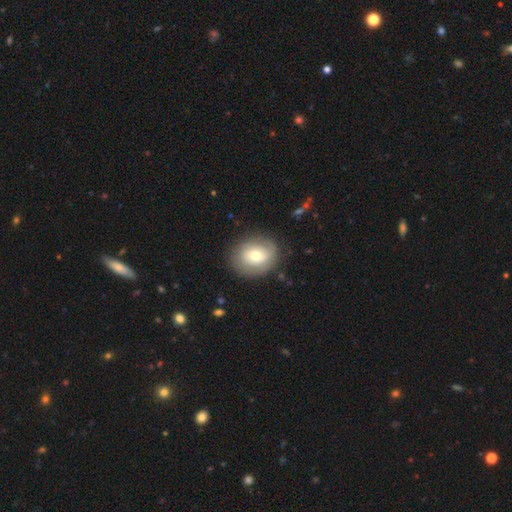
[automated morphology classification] Q: Smooth or featured?
A: smooth (58%); runner-up: featured or disk (33%)
Q: How rounded?
A: round (65%); runner-up: in between (34%)
Q: Merging?
A: none (80%); runner-up: minor disturbance (14%)